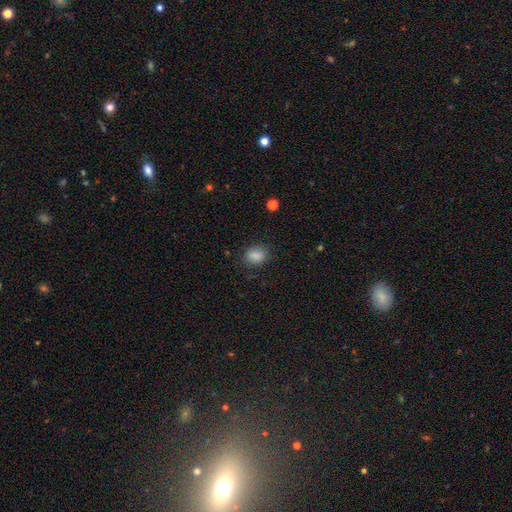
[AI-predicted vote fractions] This appears to be a smooth galaxy with no disk features (86%) that is in between round and cigar-shaped (63%). Merging: none (80%).